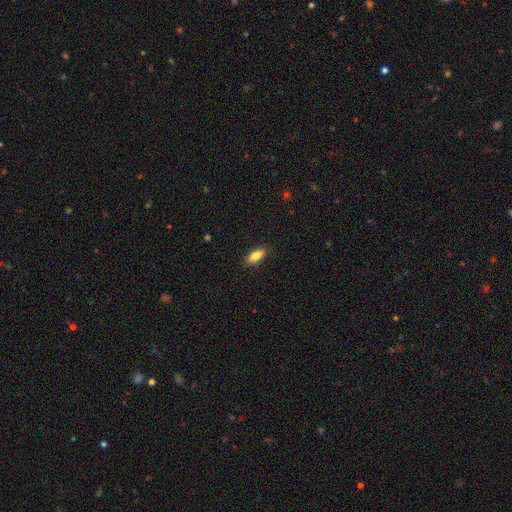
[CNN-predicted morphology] smooth-or-featured: smooth: 81% | featured or disk: 13% | star or artifact: 7%
  how-rounded: in between: 75% | cigar-shaped: 22% | round: 3%
  merging: none: 88% | minor disturbance: 9% | major disturbance: 2% | merger: 1%